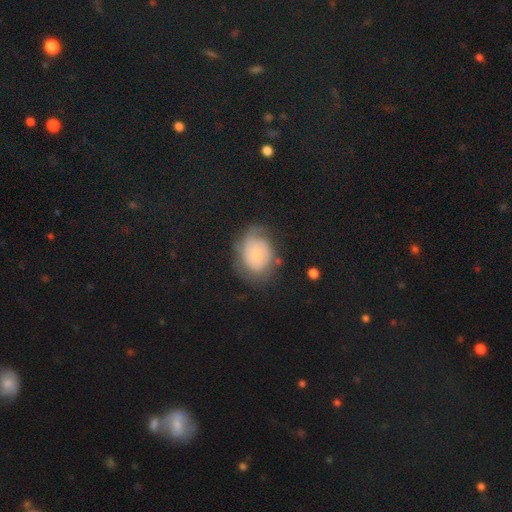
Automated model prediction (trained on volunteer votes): Q: Smooth or featured?
A: featured or disk (53%); runner-up: smooth (39%)
Q: Edge-on disk?
A: no (97%); runner-up: yes (3%)
Q: Bar?
A: no (80%); runner-up: weak (17%)
Q: Spiral arms?
A: yes (75%); runner-up: no (25%)
Q: Bulge size?
A: small (70%); runner-up: moderate (22%)
Q: Merging?
A: none (50%); runner-up: minor disturbance (29%)